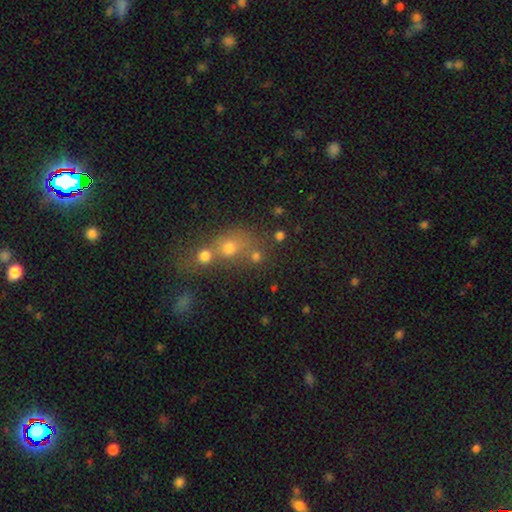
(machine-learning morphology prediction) smooth 65%, star or artifact 21%, featured or disk 14%. Down the decision tree: how rounded — round (71%); merging — merger (49%).